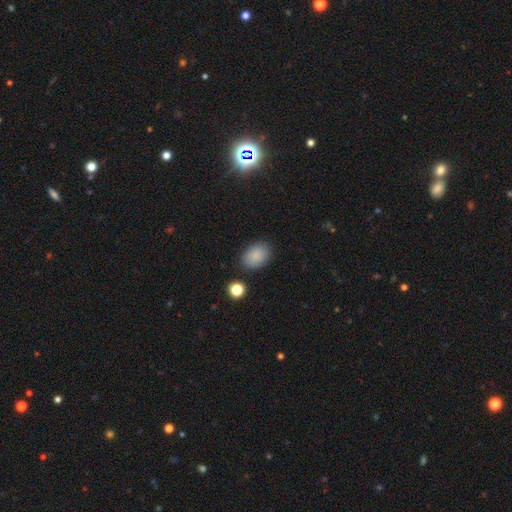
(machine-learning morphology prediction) This appears to be a smooth galaxy with no disk features (86%) that is in between round and cigar-shaped (76%). Merging: none (83%).